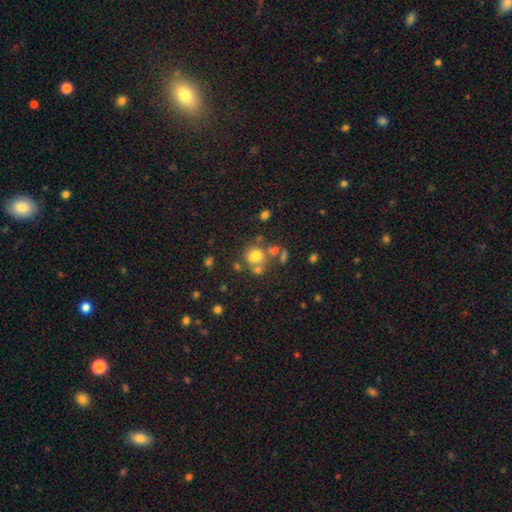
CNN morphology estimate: smooth-or-featured: smooth: 66% | star or artifact: 17% | featured or disk: 17%
  how-rounded: round: 71% | in between: 28% | cigar-shaped: 1%
  merging: none: 49% | merger: 30% | minor disturbance: 13% | major disturbance: 8%